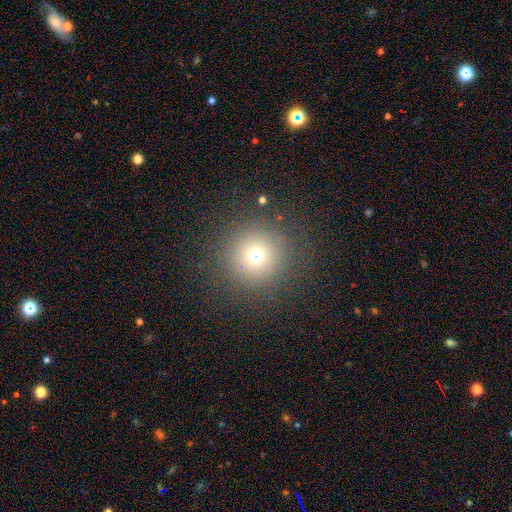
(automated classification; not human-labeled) Morphology: type=smooth (70%); roundness=round (96%); merging=none (88%).